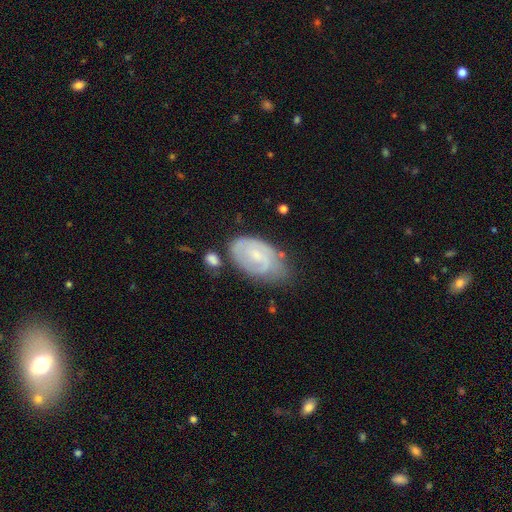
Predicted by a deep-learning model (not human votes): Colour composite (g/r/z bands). It shows a featured or disk galaxy (64%) with no bar (52%), spiral arms (79%) and a small central bulge (63%). Merging: none (53%).